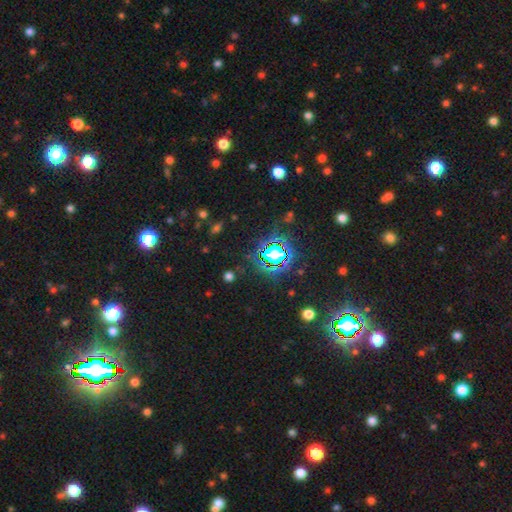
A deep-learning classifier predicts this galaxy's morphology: Q: Smooth or featured?
A: star or artifact (78%); runner-up: smooth (14%)